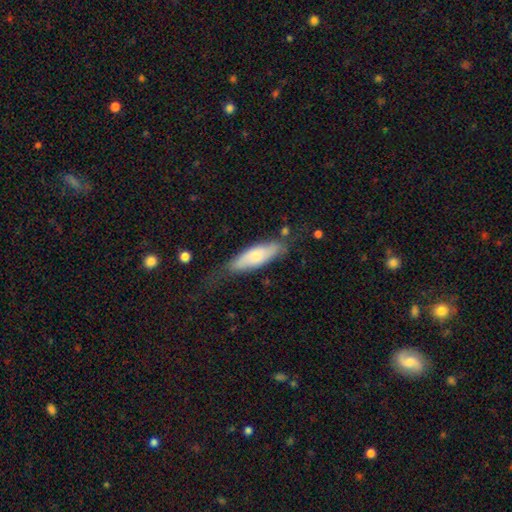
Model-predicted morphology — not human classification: A smooth galaxy with no disk features (61%) that is cigar-shaped (49%, tied with in between).

Vote fractions:
- Smooth or featured? smooth: 61% / featured or disk: 33% / star or artifact: 6%
- How rounded? cigar-shaped: 49% (tied) / in between: 49% (tied) / round: 2%
- Merging? none: 59% / minor disturbance: 27% / major disturbance: 11% / merger: 3%